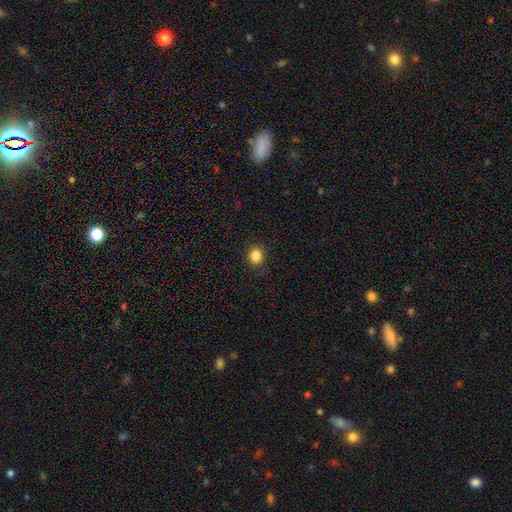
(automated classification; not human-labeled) smooth-or-featured: smooth: 84% | star or artifact: 11% | featured or disk: 4%
  how-rounded: round: 83% | in between: 16% | cigar-shaped: 1%
  merging: none: 89% | minor disturbance: 8% | major disturbance: 2% | merger: 1%